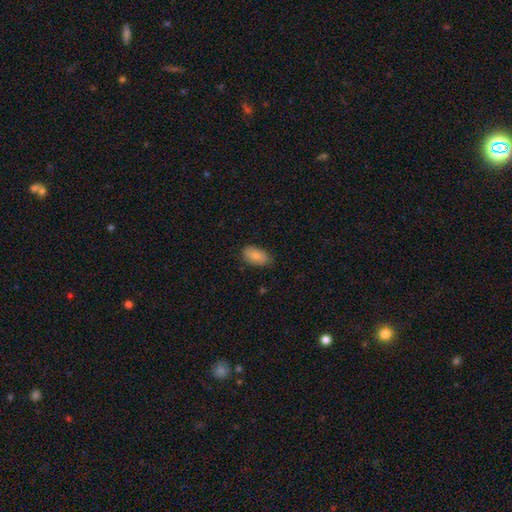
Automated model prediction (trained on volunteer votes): Smooth or featured? Predicted: smooth (p=0.84). How rounded? Predicted: in between (p=0.93). Merging? Predicted: none (p=0.78).